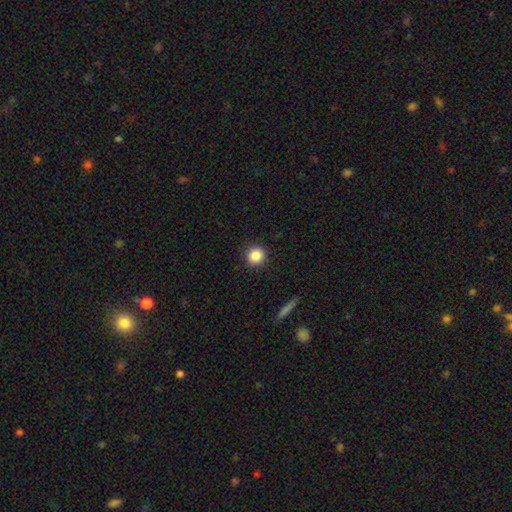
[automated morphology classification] A smooth galaxy with no disk features (86%) that is round (94%).

Vote fractions:
- Smooth or featured? smooth: 86% / star or artifact: 10% / featured or disk: 4%
- How rounded? round: 94% / in between: 5% / cigar-shaped: 1%
- Merging? none: 91% / minor disturbance: 6% / major disturbance: 2% / merger: 1%